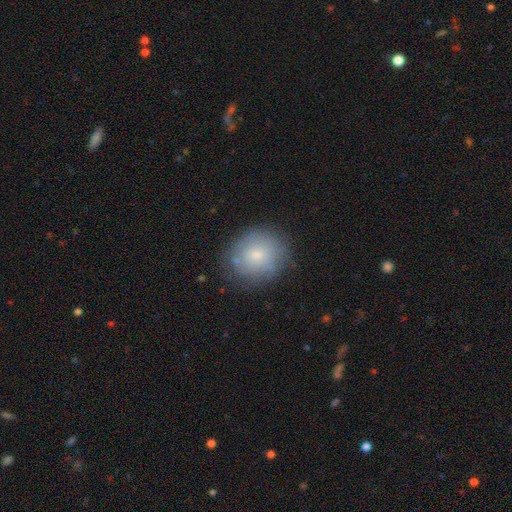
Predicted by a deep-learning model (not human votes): This appears to be a smooth galaxy with no disk features (73%) that is round (79%). Merging: none (76%).